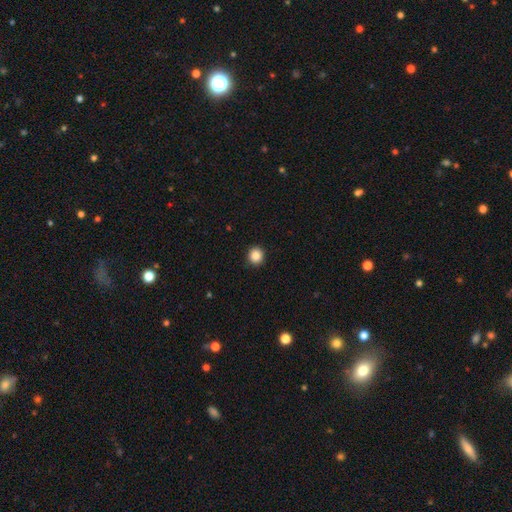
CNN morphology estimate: Q: Smooth or featured?
A: smooth (87%); runner-up: star or artifact (10%)
Q: How rounded?
A: round (93%); runner-up: in between (7%)
Q: Merging?
A: none (92%); runner-up: minor disturbance (5%)